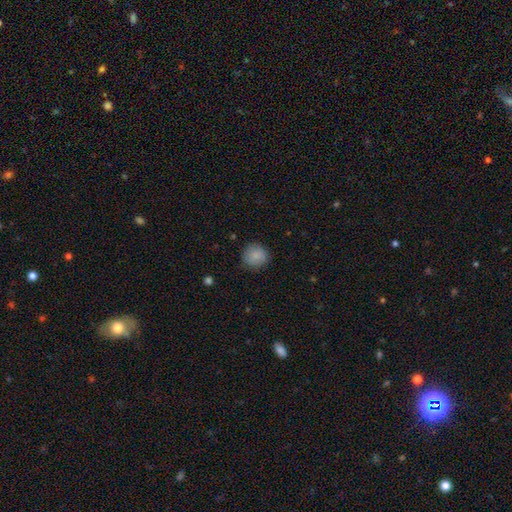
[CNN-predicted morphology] smooth-or-featured: smooth: 87% | star or artifact: 8% | featured or disk: 5%
  how-rounded: round: 91% | in between: 8% | cigar-shaped: 1%
  merging: none: 85% | minor disturbance: 11% | major disturbance: 3% | merger: 1%